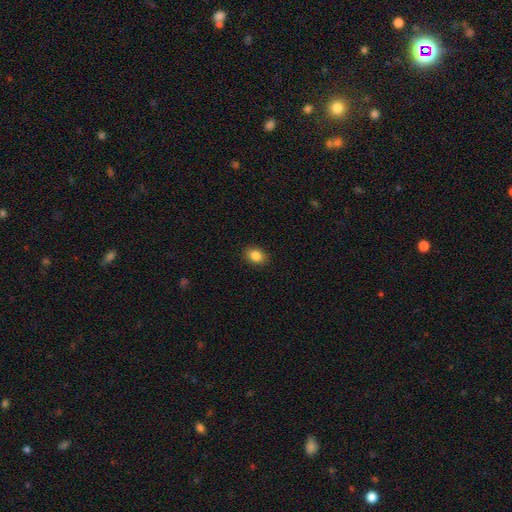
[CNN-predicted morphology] Smooth or featured?
  - smooth: 86% *
  - star or artifact: 9%
  - featured or disk: 5%
How rounded?
  - in between: 66% *
  - round: 33%
  - cigar-shaped: 1%
Merging?
  - none: 89% *
  - minor disturbance: 8%
  - major disturbance: 2%
  - merger: 1%